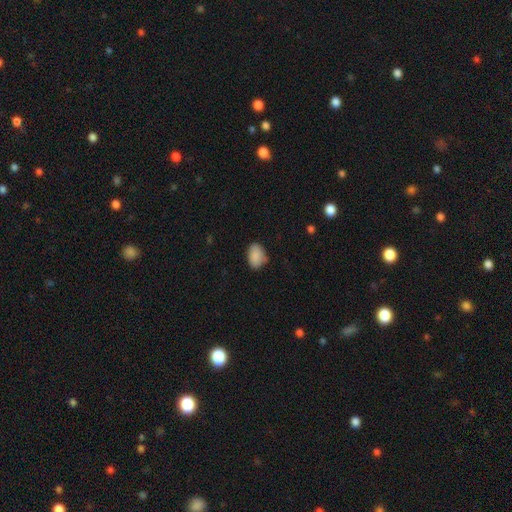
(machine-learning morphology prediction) A smooth galaxy with no disk features (88%) that is in between round and cigar-shaped (86%).

Vote fractions:
- Smooth or featured? smooth: 88% / star or artifact: 8% / featured or disk: 5%
- How rounded? in between: 86% / round: 13% / cigar-shaped: 1%
- Merging? none: 72% / minor disturbance: 22% / major disturbance: 4% / merger: 2%